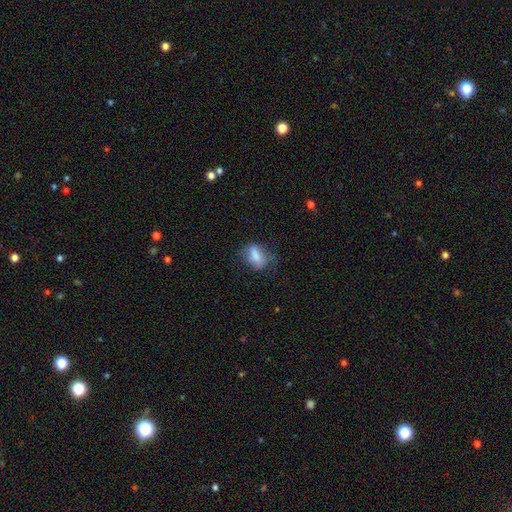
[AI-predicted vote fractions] This is likely a smooth galaxy (67%). How rounded: likely in between (80%). Merging: possibly none (47%).